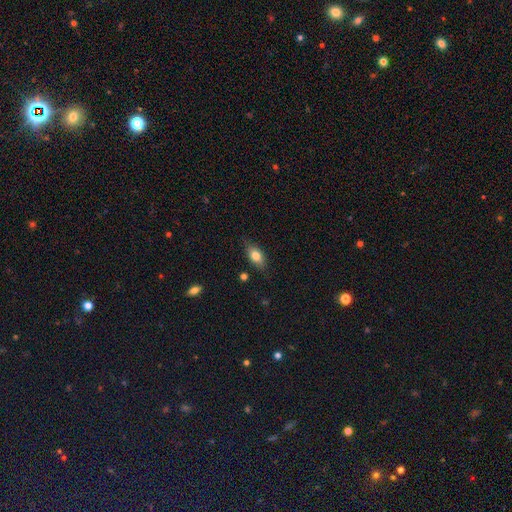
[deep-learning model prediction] Overall: smooth (77%). How rounded: in between (84%). Merging: none (79%).